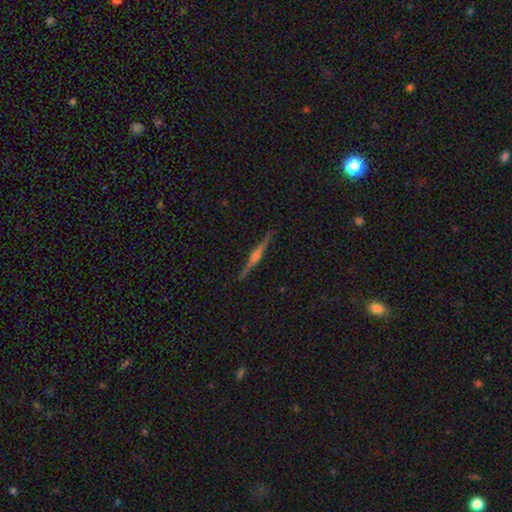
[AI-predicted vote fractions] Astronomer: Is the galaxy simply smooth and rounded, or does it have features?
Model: featured or disk — 80%.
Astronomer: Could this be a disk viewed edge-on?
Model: yes — 98%.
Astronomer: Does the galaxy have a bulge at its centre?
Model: rounded — 81%.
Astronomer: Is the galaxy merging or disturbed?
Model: none — 92%.